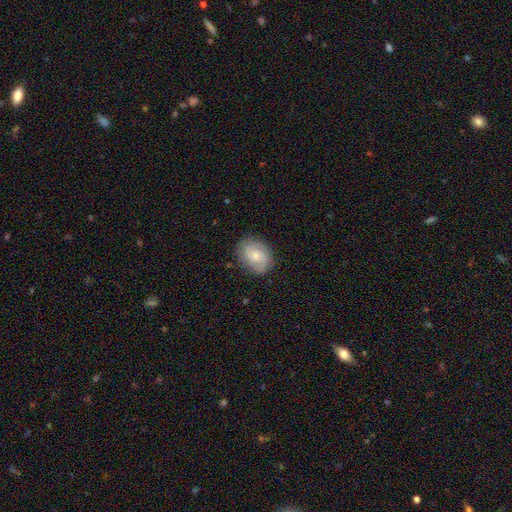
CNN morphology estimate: type=featured or disk (64%); edge-on=no (97%); bar=no (66%); spiral arms=yes (92%); winding=medium (43%); arm count=2 (67%); bulge=small (61%); merging=none (81%).